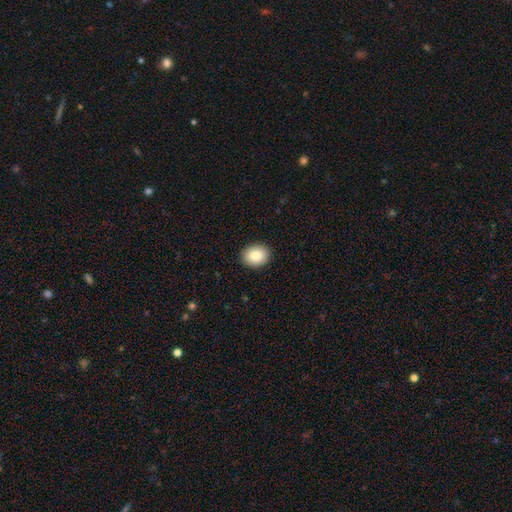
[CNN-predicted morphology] smooth 86%, star or artifact 8%, featured or disk 7%. Down the decision tree: how rounded — in between (53%); merging — none (90%).